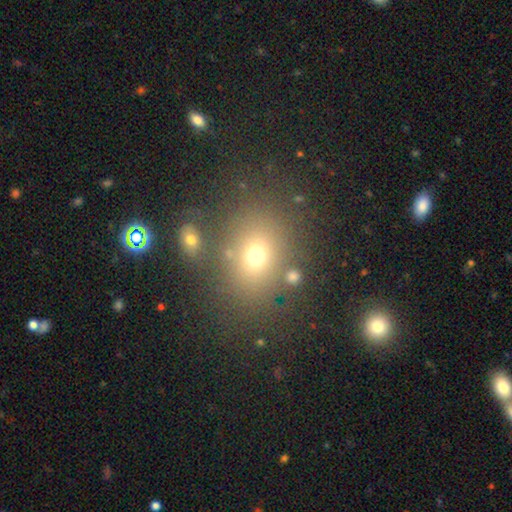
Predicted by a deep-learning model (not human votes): A smooth galaxy with no disk features (67%) that is in between round and cigar-shaped (50%). Merging: none (76%).